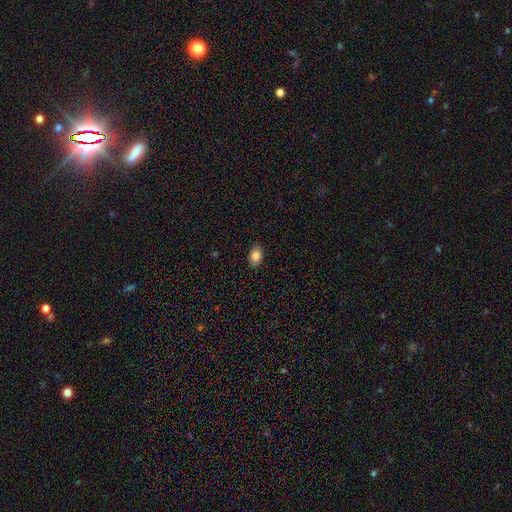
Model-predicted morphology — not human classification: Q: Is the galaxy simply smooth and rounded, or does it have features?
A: smooth — 86%.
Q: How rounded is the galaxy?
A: in between — 85%.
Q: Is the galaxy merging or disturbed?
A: none — 88%.